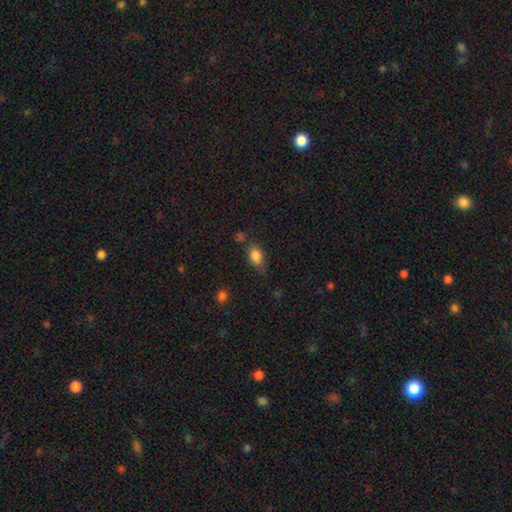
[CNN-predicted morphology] This is clearly a smooth galaxy (84%). How rounded: clearly in between (85%). Merging: likely none (60%).